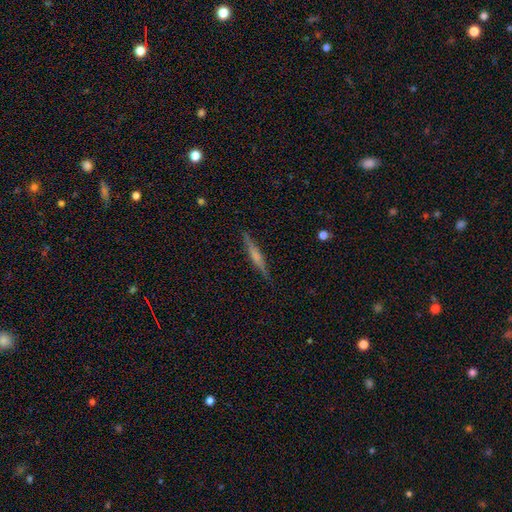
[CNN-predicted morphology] Smooth or featured?
  - featured or disk: 62% *
  - smooth: 32%
  - star or artifact: 7%
Edge-on disk?
  - yes: 97% *
  - no: 3%
Edge-on bulge?
  - rounded: 54% *
  - none: 26%
  - boxy: 20%
Merging?
  - none: 89% *
  - minor disturbance: 8%
  - major disturbance: 2%
  - merger: 1%